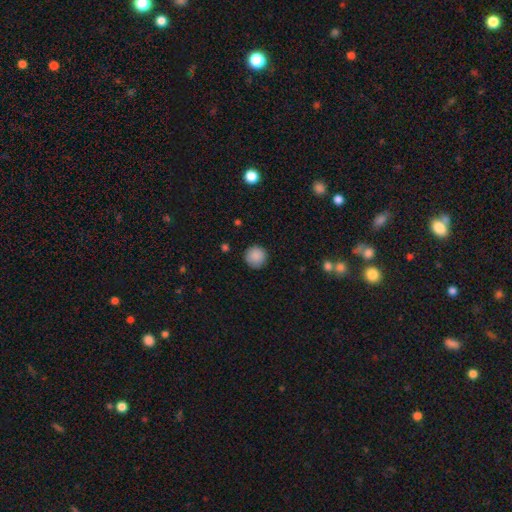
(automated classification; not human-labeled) A smooth galaxy with no disk features (88%) that is round (95%).

Vote fractions:
- Smooth or featured? smooth: 88% / star or artifact: 8% / featured or disk: 4%
- How rounded? round: 95% / in between: 4% / cigar-shaped: 1%
- Merging? none: 89% / minor disturbance: 8% / major disturbance: 2% / merger: 1%